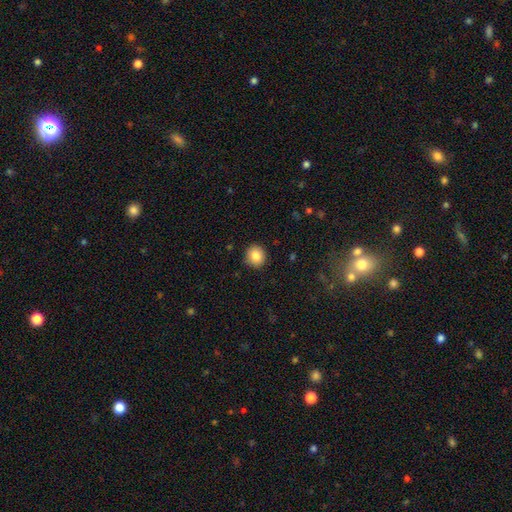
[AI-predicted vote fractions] Overall: smooth (85%). How rounded: round (89%). Merging: none (90%).